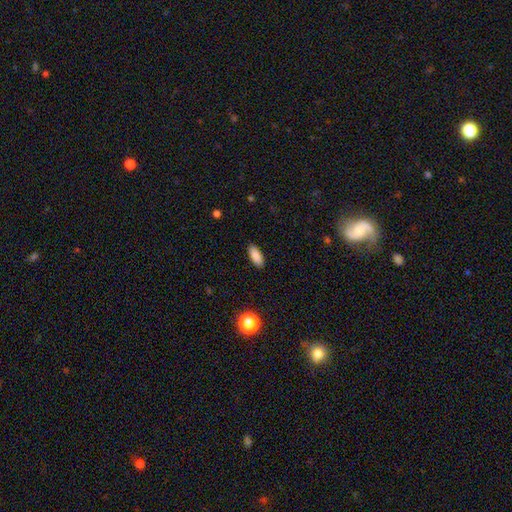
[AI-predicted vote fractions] This appears to be a smooth galaxy with no disk features (87%) that is in between round and cigar-shaped (79%). Merging: none (90%).